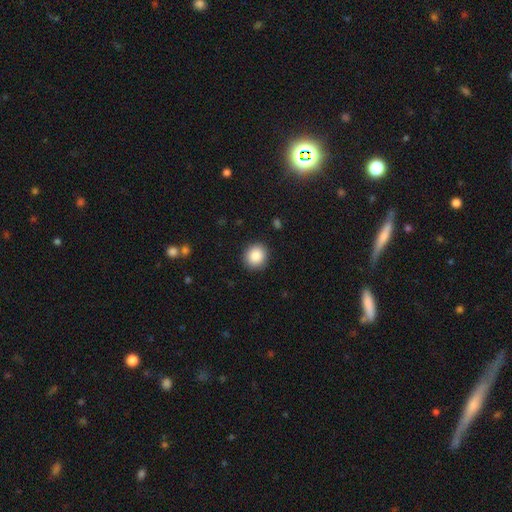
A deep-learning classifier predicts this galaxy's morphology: Q: Smooth or featured?
A: smooth (87%); runner-up: star or artifact (9%)
Q: How rounded?
A: round (87%); runner-up: in between (12%)
Q: Merging?
A: none (91%); runner-up: minor disturbance (6%)